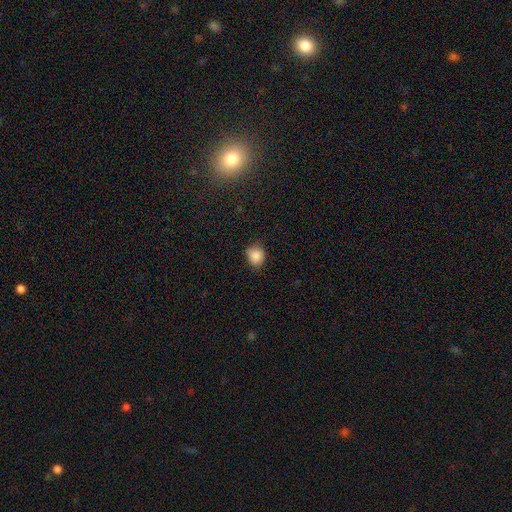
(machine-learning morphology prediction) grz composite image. It shows a smooth galaxy with no disk features (86%) that is round (74%). Merging: none (74%).